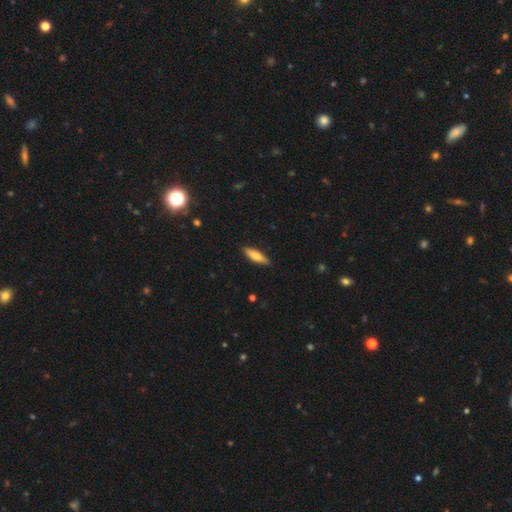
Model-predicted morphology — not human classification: Q: Smooth or featured?
A: smooth (71%); runner-up: featured or disk (23%)
Q: How rounded?
A: cigar-shaped (57%); runner-up: in between (41%)
Q: Merging?
A: none (88%); runner-up: minor disturbance (9%)